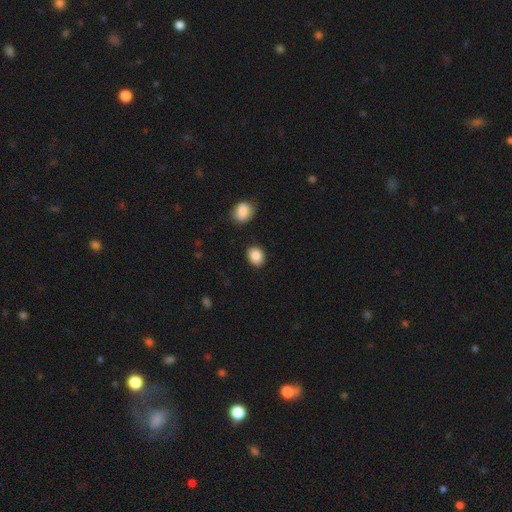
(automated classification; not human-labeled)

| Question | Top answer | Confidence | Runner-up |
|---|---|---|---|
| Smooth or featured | smooth | 87% | star or artifact (8%) |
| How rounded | in between | 53% | round (46%) |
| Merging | none | 82% | minor disturbance (12%) |